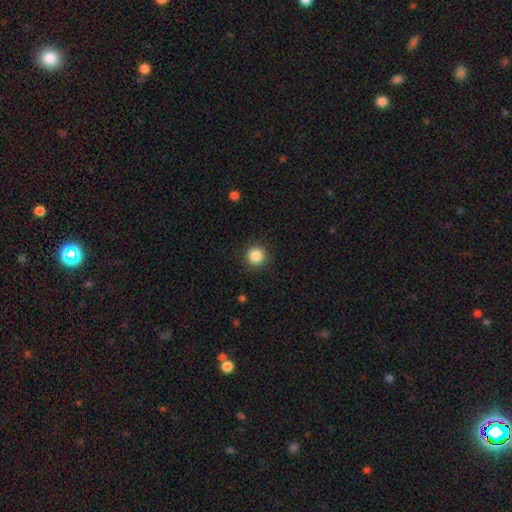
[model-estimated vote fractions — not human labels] Q: Smooth or featured?
A: smooth (86%); runner-up: star or artifact (10%)
Q: How rounded?
A: round (96%); runner-up: in between (3%)
Q: Merging?
A: none (92%); runner-up: minor disturbance (5%)